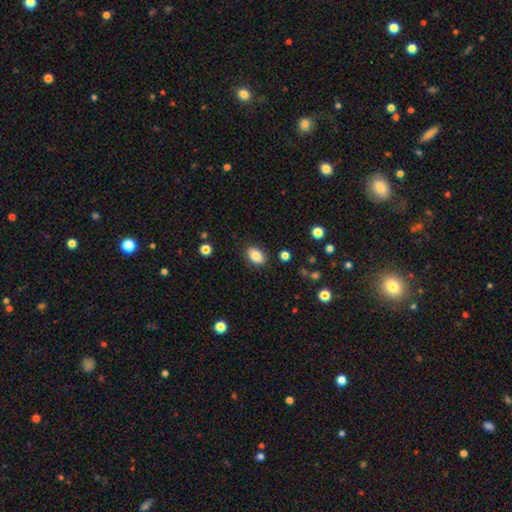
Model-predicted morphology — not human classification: The model was most divided on "how rounded": in between: 84%, round: 15%, cigar-shaped: 1%. More confident: merging — none (86%); smooth or featured — smooth (83%).